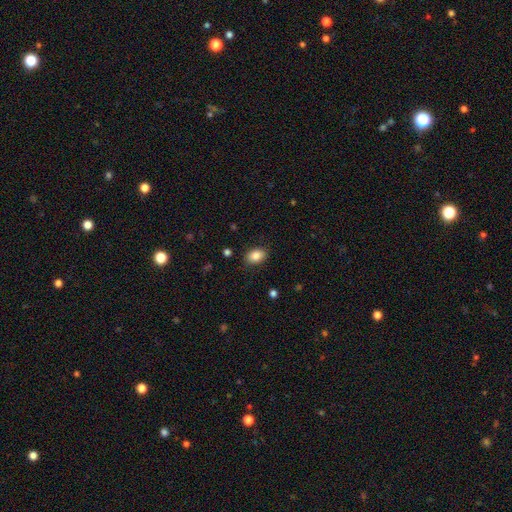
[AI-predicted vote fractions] Overall: smooth (86%). How rounded: in between (83%). Merging: none (87%).